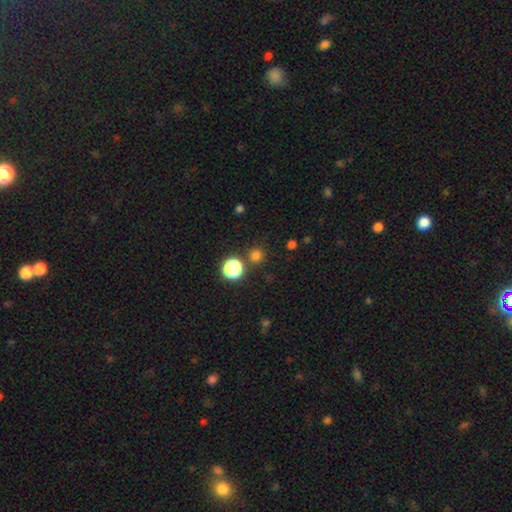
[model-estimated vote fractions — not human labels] Q: Smooth or featured?
A: smooth (76%); runner-up: star or artifact (20%)
Q: How rounded?
A: round (93%); runner-up: in between (6%)
Q: Merging?
A: none (84%); runner-up: minor disturbance (7%)